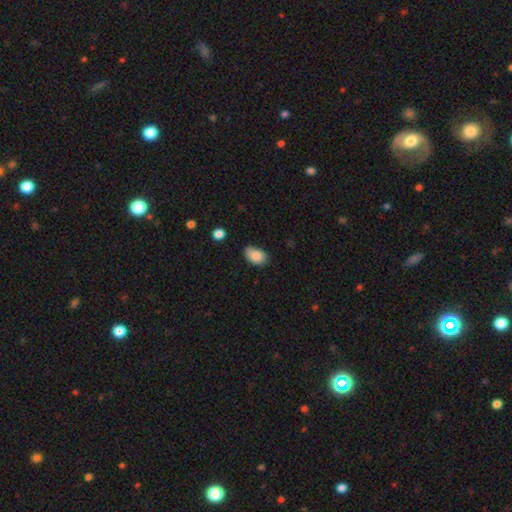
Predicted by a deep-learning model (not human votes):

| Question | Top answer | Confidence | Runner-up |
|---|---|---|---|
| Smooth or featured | smooth | 87% | star or artifact (8%) |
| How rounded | in between | 87% | round (12%) |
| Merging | none | 66% | minor disturbance (27%) |